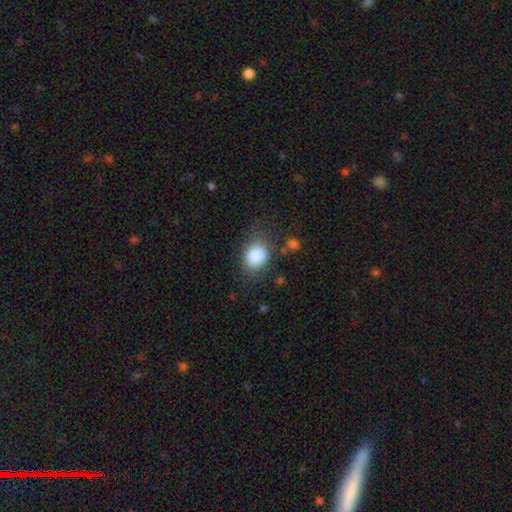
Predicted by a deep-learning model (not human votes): This appears to be a smooth galaxy with no disk features (85%) that is in between round and cigar-shaped (55%). Merging: none (66%).